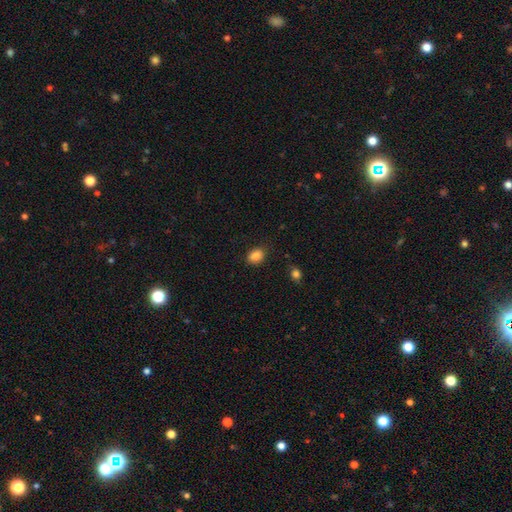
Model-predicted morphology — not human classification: type=smooth (86%); roundness=in between (65%); merging=none (83%).